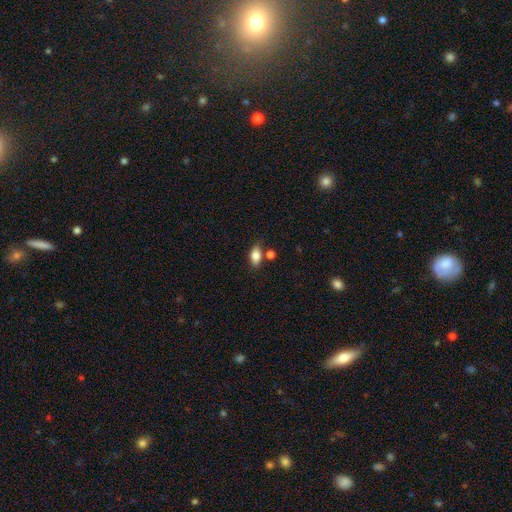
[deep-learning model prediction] Smooth or featured? smooth (84%)
How rounded? in between (87%)
Merging? none (69%)